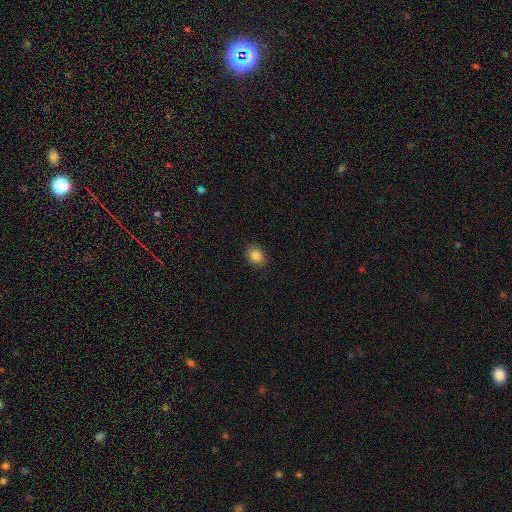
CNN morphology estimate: A smooth galaxy with no disk features (86%) that is in between round and cigar-shaped (66%).

Vote fractions:
- Smooth or featured? smooth: 86% / star or artifact: 9% / featured or disk: 5%
- How rounded? in between: 66% / round: 33% / cigar-shaped: 1%
- Merging? none: 88% / minor disturbance: 9% / major disturbance: 2% / merger: 1%